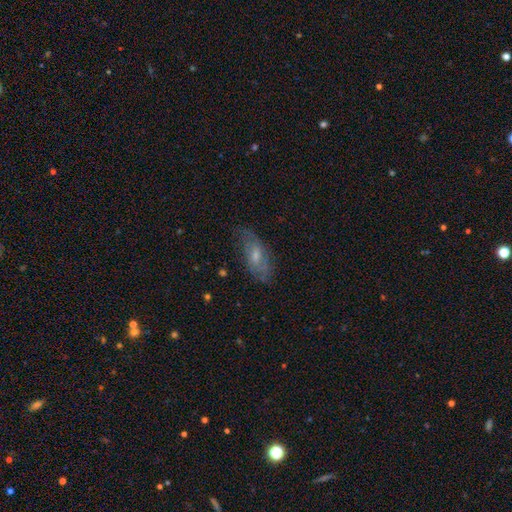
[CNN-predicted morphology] This appears to be a featured or disk galaxy (48%). Merging: none (67%).